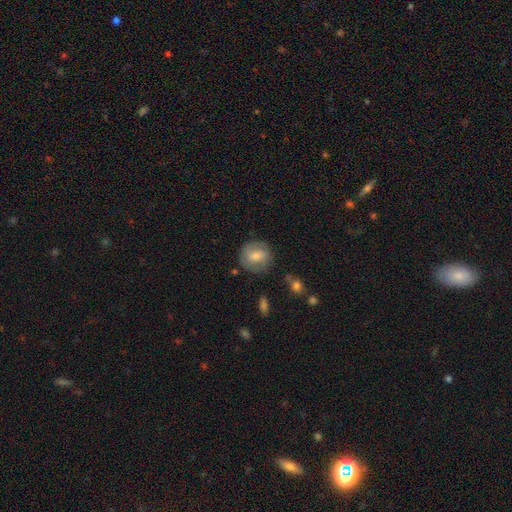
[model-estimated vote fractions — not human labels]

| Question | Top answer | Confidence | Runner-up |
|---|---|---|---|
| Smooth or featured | smooth | 59% | featured or disk (32%) |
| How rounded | round | 80% | in between (19%) |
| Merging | none | 78% | minor disturbance (15%) |